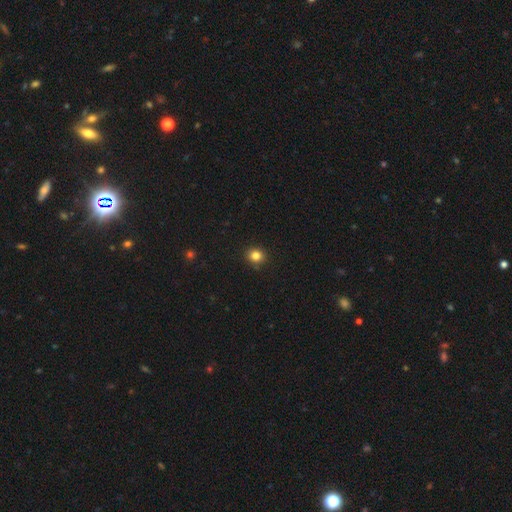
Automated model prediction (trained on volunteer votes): Overall: smooth (83%). How rounded: round (84%). Merging: none (91%).